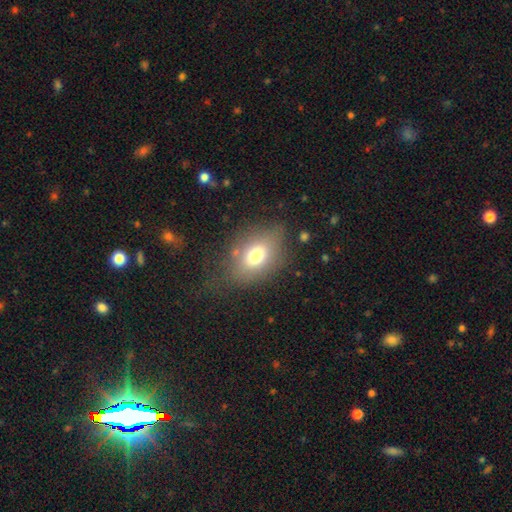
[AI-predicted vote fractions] Smooth or featured? smooth (72%)
How rounded? in between (75%)
Merging? none (65%)